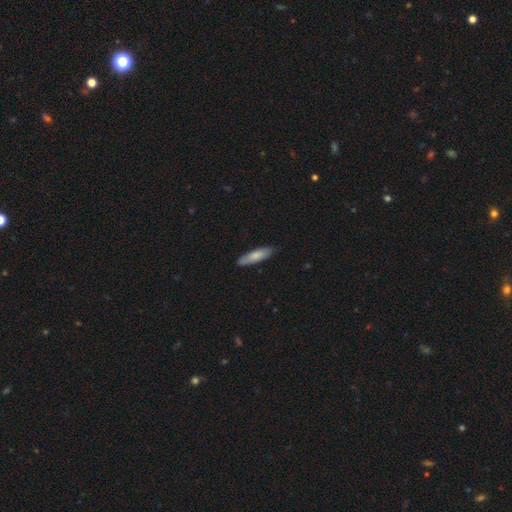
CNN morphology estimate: The model was most divided on "how rounded": cigar-shaped: 66%, in between: 33%, round: 1%. More confident: merging — none (82%); smooth or featured — smooth (77%).